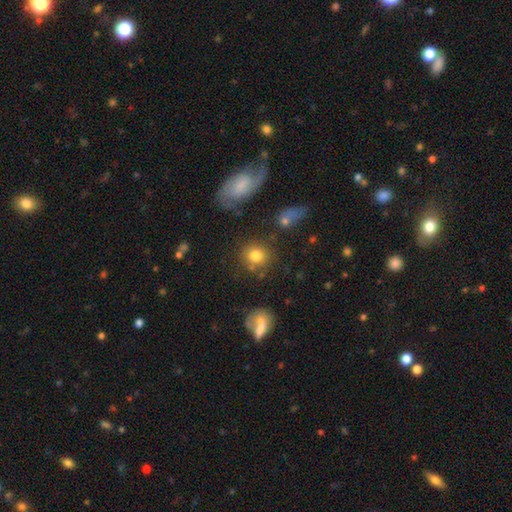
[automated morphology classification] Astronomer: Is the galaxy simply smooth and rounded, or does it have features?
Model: smooth — 79%.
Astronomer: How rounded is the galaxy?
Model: round — 84%.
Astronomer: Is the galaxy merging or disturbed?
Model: none — 77%.